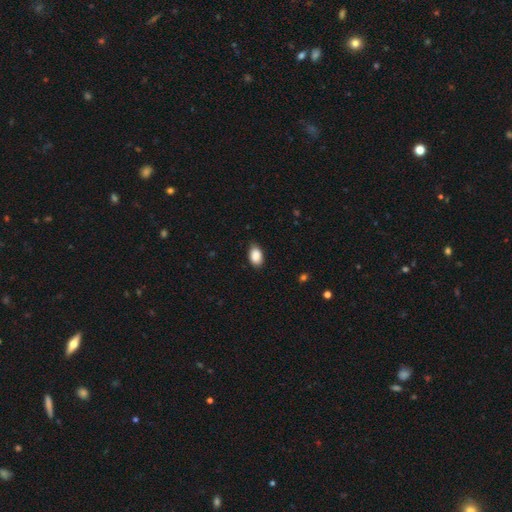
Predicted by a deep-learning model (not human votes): This appears to be a smooth galaxy with no disk features (89%) that is in between round and cigar-shaped (91%). Merging: none (81%).